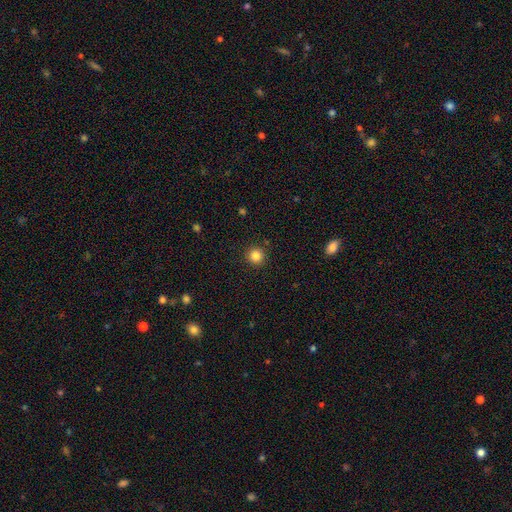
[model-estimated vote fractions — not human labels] A smooth galaxy with no disk features (84%) that is round (95%). Merging: none (91%).